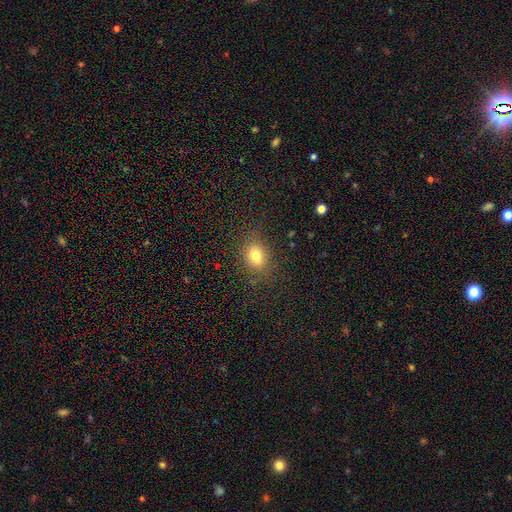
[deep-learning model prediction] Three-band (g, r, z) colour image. It shows a smooth galaxy with no disk features (76%) that is in between round and cigar-shaped (57%). Merging: none (81%).